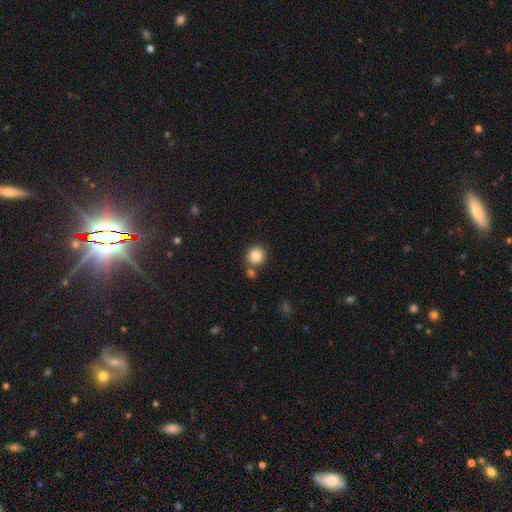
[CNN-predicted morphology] Smooth or featured? smooth (84%)
How rounded? round (90%)
Merging? none (69%)